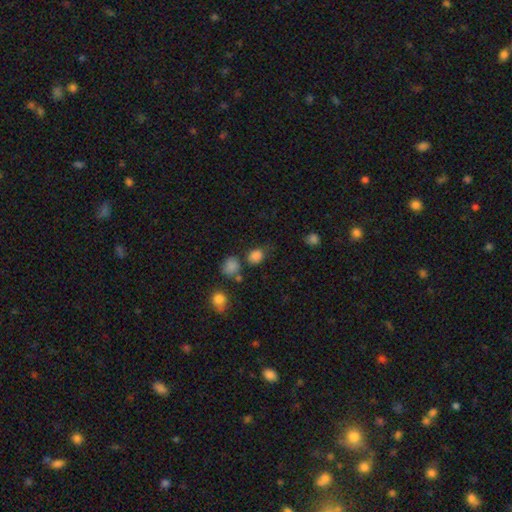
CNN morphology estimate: Q: Smooth or featured?
A: smooth (81%); runner-up: star or artifact (15%)
Q: How rounded?
A: round (59%); runner-up: in between (40%)
Q: Merging?
A: none (65%); runner-up: minor disturbance (18%)